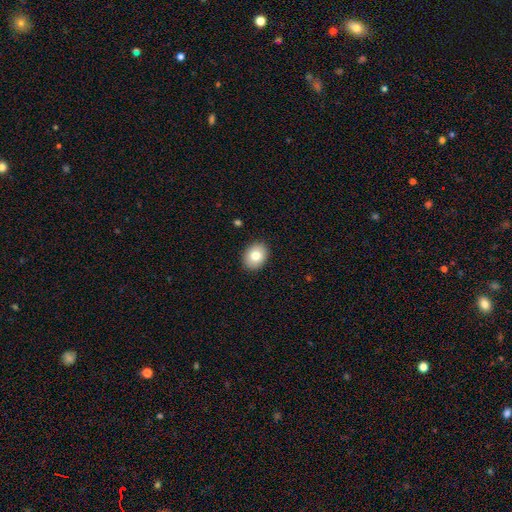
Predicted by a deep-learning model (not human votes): Smooth or featured? Predicted: smooth (p=0.80). How rounded? Predicted: in between (p=0.55). Merging? Predicted: none (p=0.90).